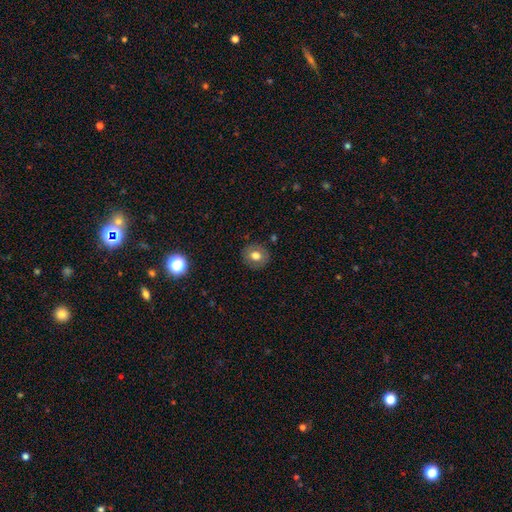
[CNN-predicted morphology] A smooth galaxy with no disk features (70%) that is round (84%). Merging: none (88%).